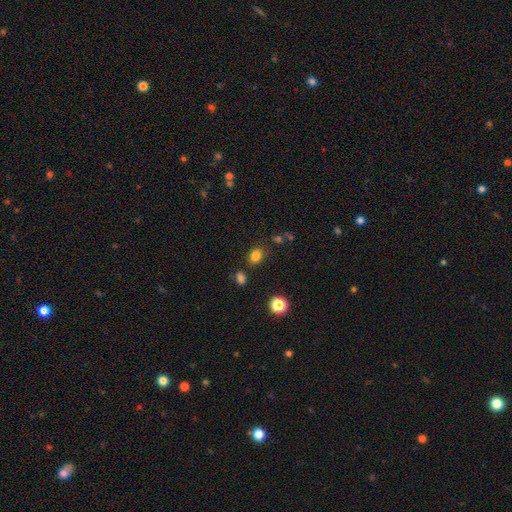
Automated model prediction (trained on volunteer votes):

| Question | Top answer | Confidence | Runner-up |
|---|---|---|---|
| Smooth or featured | smooth | 81% | star or artifact (14%) |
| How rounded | in between | 52% | round (47%) |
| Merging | none | 79% | minor disturbance (12%) |